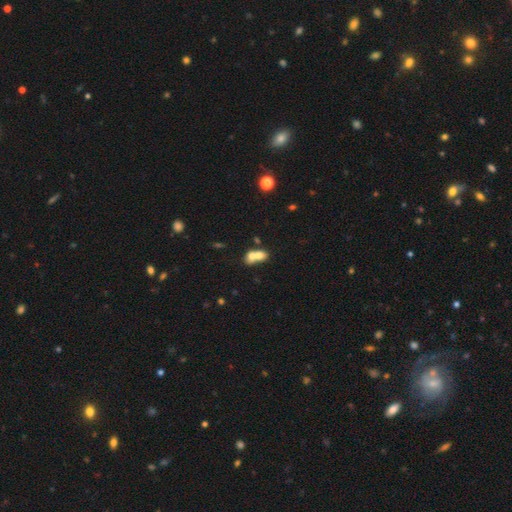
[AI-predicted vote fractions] Smooth or featured? Predicted: smooth (p=0.68). How rounded? Predicted: in between (p=0.58). Merging? Predicted: merger (p=0.75).